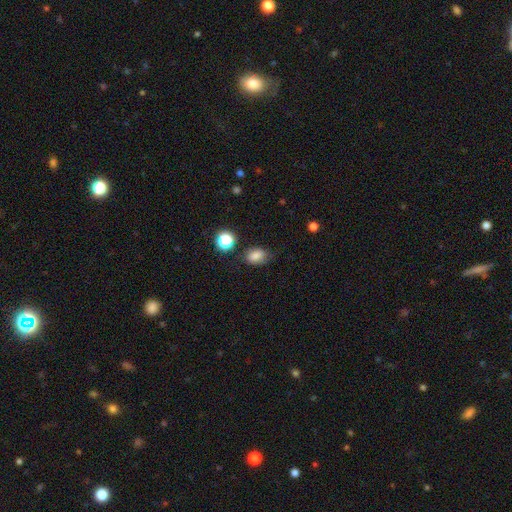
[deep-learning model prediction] A smooth galaxy with no disk features (80%) that is in between round and cigar-shaped (76%). Merging: none (67%).